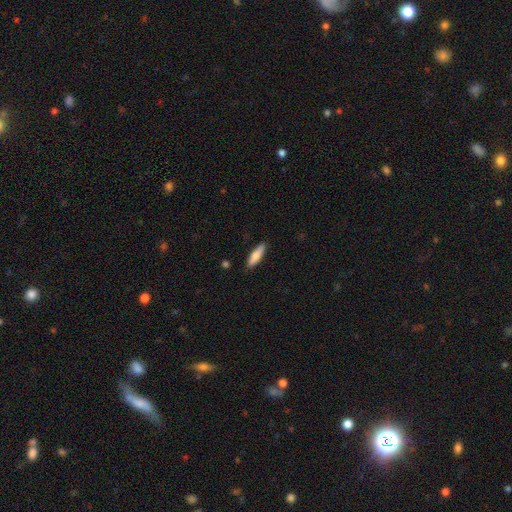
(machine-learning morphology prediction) Overall: smooth (76%). How rounded: cigar-shaped (65%; in between 34%). Merging: none (88%).